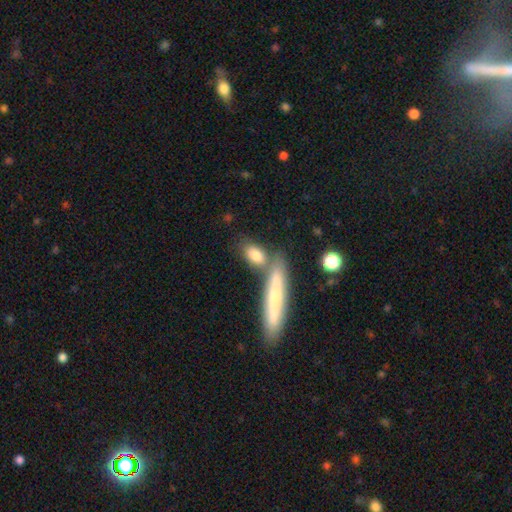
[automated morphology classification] Overall: smooth (78%). How rounded: in between (72%). Merging: none (52%; merger 31%).